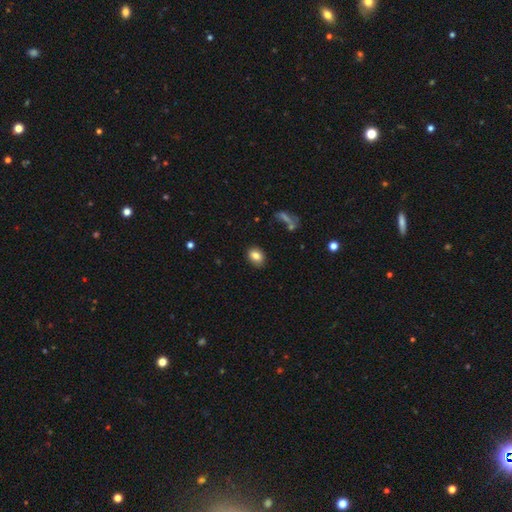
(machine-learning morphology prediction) Smooth or featured? smooth (83%)
How rounded? in between (62%)
Merging? none (85%)